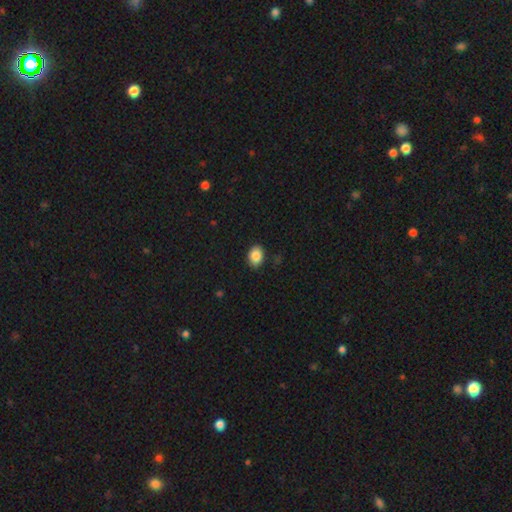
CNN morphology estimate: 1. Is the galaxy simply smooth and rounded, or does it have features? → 87% smooth, 8% star or artifact, 5% featured or disk.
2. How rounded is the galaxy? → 72% in between, 27% round, 1% cigar-shaped.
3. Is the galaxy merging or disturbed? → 86% none, 10% minor disturbance, 2% major disturbance, 1% merger.